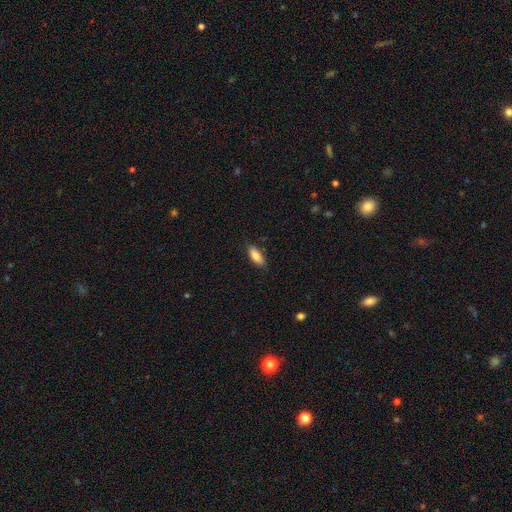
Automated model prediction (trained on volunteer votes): A smooth galaxy with no disk features (82%) that is in between round and cigar-shaped (77%). Merging: none (83%).